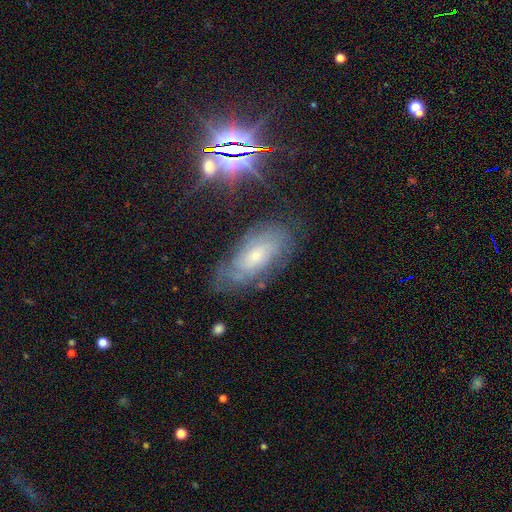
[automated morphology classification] Q: Smooth or featured?
A: featured or disk (58%); runner-up: smooth (25%)
Q: Edge-on disk?
A: no (89%); runner-up: yes (11%)
Q: Bar?
A: no (72%); runner-up: weak (24%)
Q: Spiral arms?
A: yes (81%); runner-up: no (19%)
Q: Bulge size?
A: small (64%); runner-up: moderate (29%)
Q: Merging?
A: none (67%); runner-up: minor disturbance (22%)